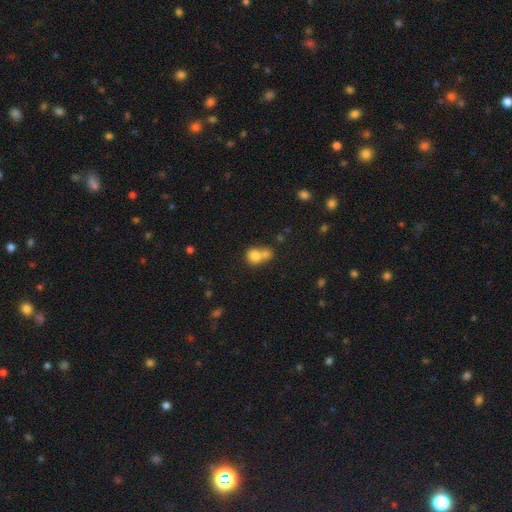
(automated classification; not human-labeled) Smooth or featured? smooth (78%)
How rounded? round (76%)
Merging? merger (59%)